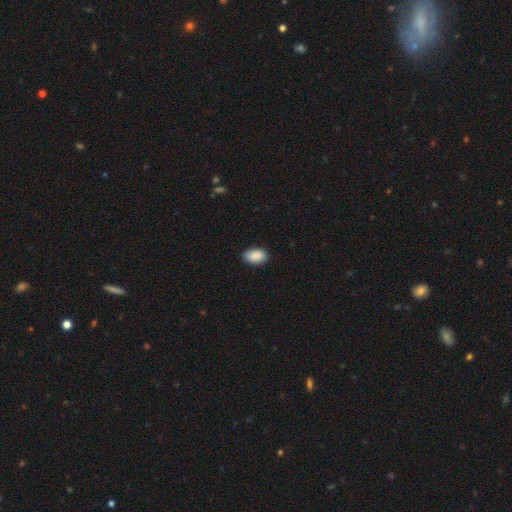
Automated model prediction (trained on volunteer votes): A smooth galaxy with no disk features (90%) that is in between round and cigar-shaped (90%). Merging: none (82%).